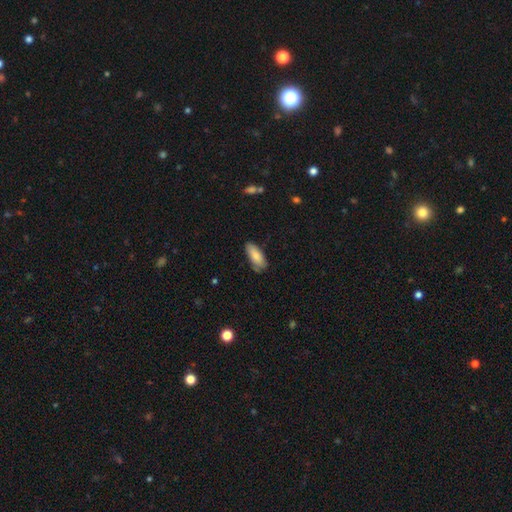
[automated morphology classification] This appears to be a smooth galaxy with no disk features (82%) that is in between round and cigar-shaped (81%). Merging: none (74%).